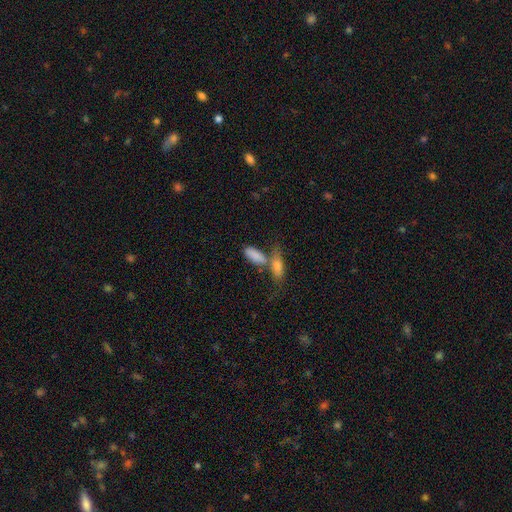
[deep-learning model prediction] A smooth galaxy with no disk features (82%) that is in between round and cigar-shaped (76%). Merging: merger (53%).